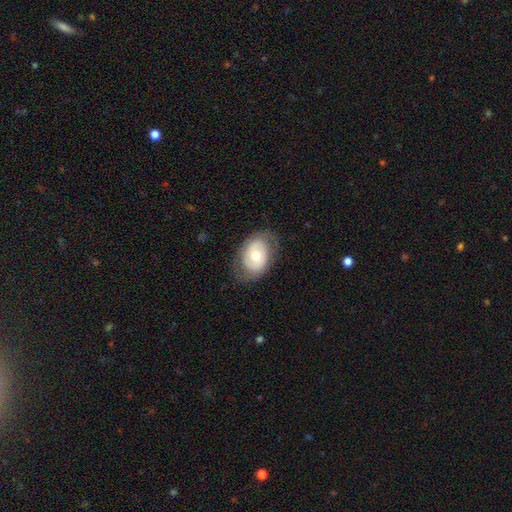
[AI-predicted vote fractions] smooth_or_featured: smooth (p=0.52) [alt: featured or disk p=0.42]
how_rounded: in between (p=0.74) [alt: round p=0.25]
merging: none (p=0.72) [alt: minor disturbance p=0.19]